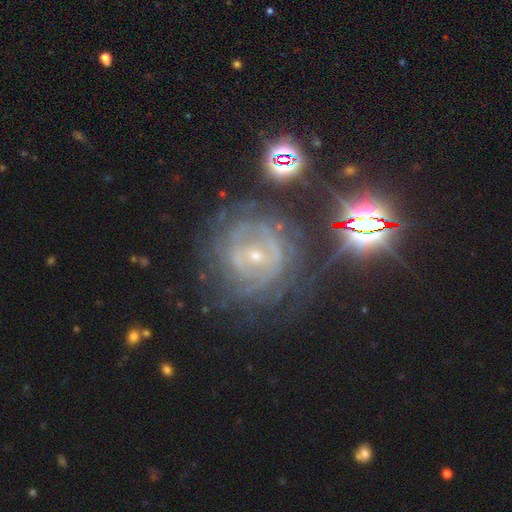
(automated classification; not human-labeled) A featured or disk galaxy (77%) with no bar (41%), tight (67%) spiral arms (85%) and a small central bulge (75%). Merging: none (66%).